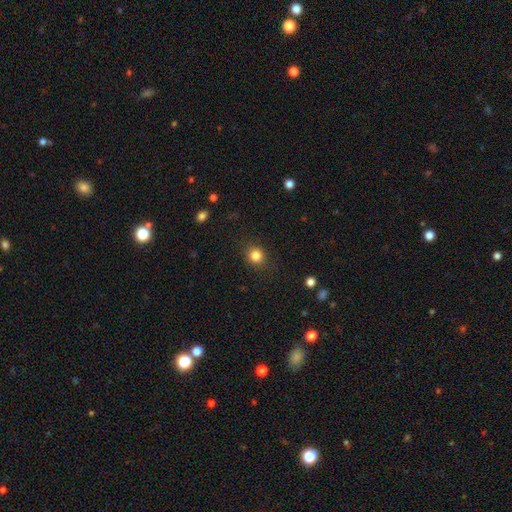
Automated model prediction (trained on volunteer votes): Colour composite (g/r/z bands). It shows a smooth galaxy with no disk features (83%) that is round (86%). Merging: none (87%).